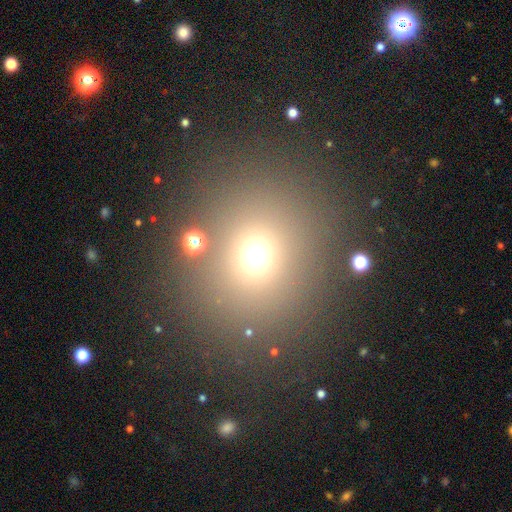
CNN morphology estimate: Smooth or featured? smooth (63%)
How rounded? round (84%)
Merging? none (81%)